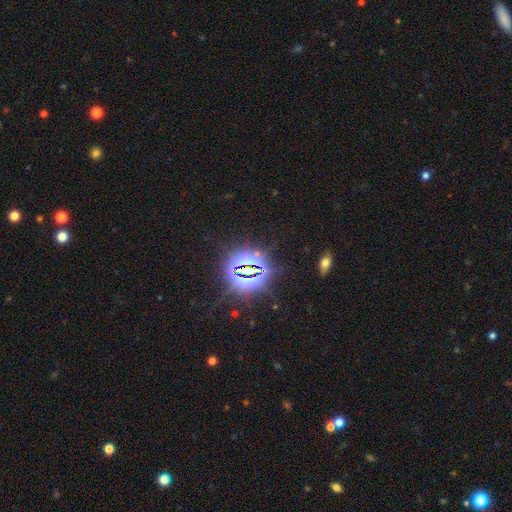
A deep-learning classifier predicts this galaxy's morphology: type=star or artifact (81%).